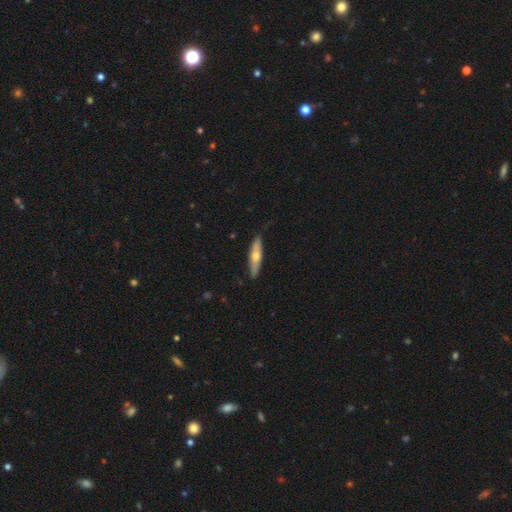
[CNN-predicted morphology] Smooth or featured? smooth (50%)
How rounded? cigar-shaped (74%)
Merging? none (86%)